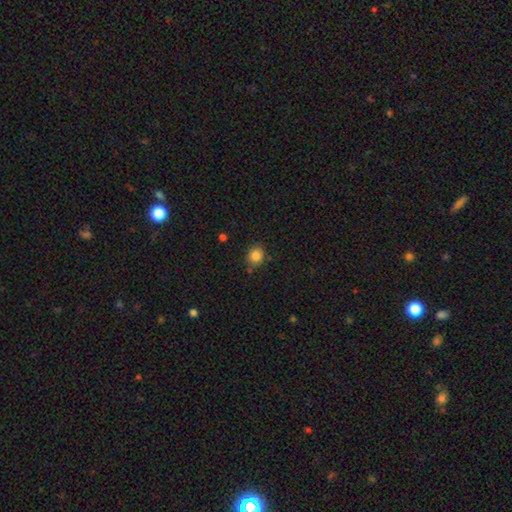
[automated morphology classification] Smooth or featured? smooth (84%)
How rounded? round (68%)
Merging? none (80%)